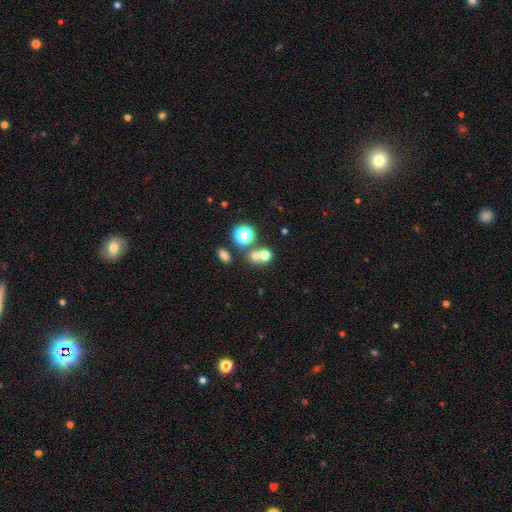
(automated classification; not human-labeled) Overall: smooth (63%; star or artifact 25%). How rounded: round (78%). Merging: none (51%; merger 38%).